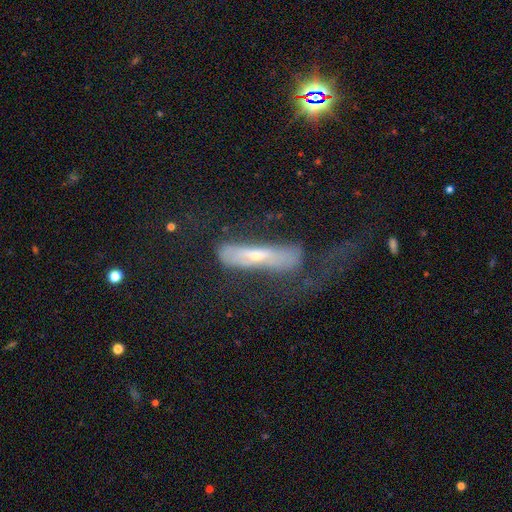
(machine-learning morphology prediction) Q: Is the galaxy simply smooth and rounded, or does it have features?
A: featured or disk — 53%.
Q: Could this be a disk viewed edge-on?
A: yes — 51%.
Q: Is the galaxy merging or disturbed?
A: major disturbance — 53%.